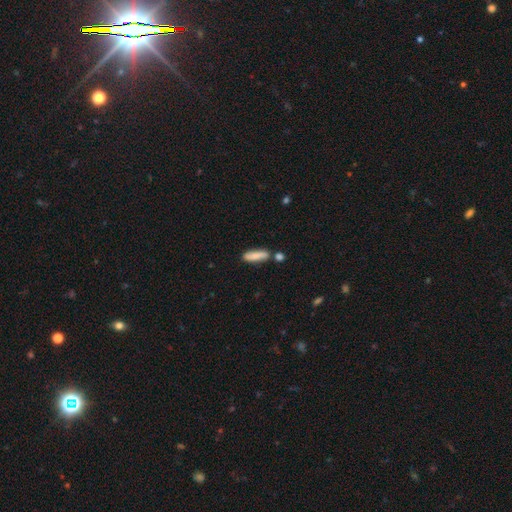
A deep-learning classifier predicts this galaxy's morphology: smooth 80%, featured or disk 13%, star or artifact 7%. Down the decision tree: how rounded — cigar-shaped (58%); merging — none (71%).